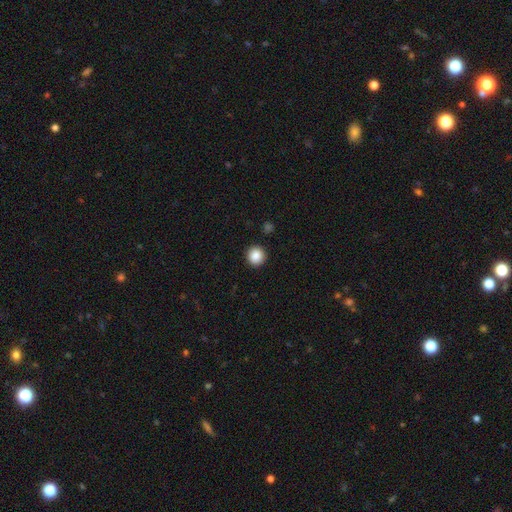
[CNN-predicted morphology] The model was most divided on "smooth or featured": smooth: 88%, star or artifact: 9%, featured or disk: 3%. More confident: how rounded — round (94%); merging — none (92%).